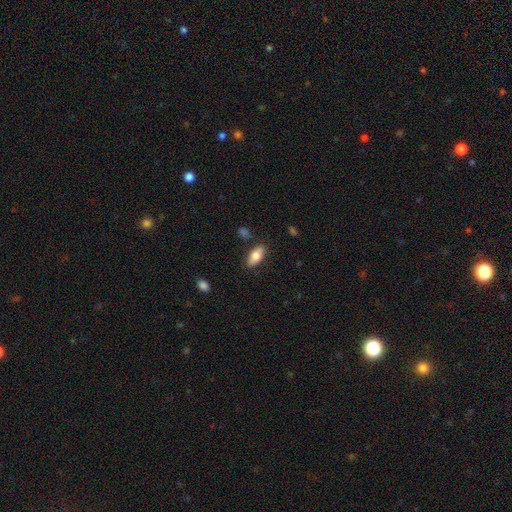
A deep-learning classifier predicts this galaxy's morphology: smooth 78%, featured or disk 16%, star or artifact 6%. Down the decision tree: how rounded — in between (86%); merging — none (84%).